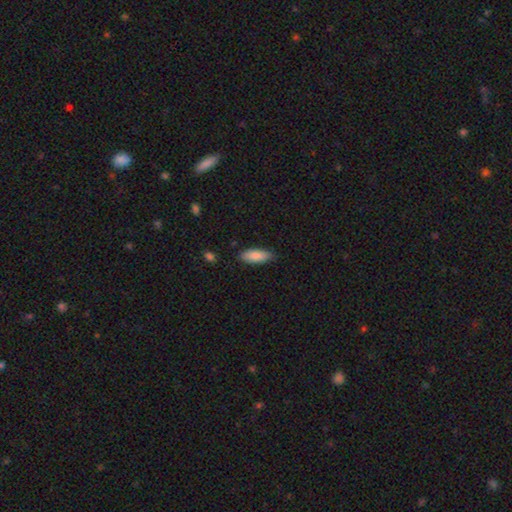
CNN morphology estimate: Smooth or featured? Predicted: smooth (p=0.85). How rounded? Predicted: in between (p=0.76). Merging? Predicted: none (p=0.80).